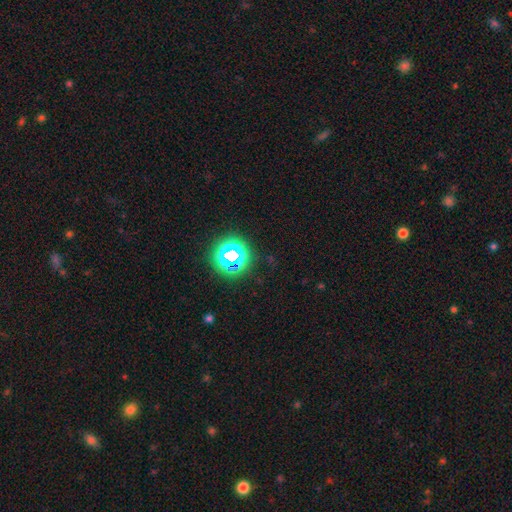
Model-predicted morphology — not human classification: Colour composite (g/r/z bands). It shows a star or artifact, not a galaxy (75%).